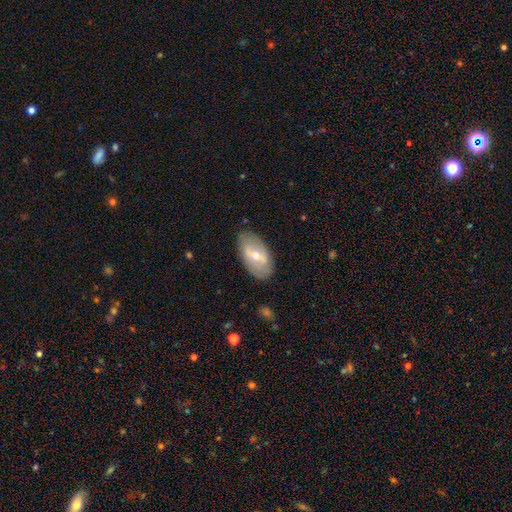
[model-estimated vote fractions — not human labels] smooth-or-featured: featured or disk: 53% | smooth: 41% | star or artifact: 6%
  disk-edge-on: no: 88% | yes: 12%
  merging: none: 82% | minor disturbance: 13% | major disturbance: 4% | merger: 1%